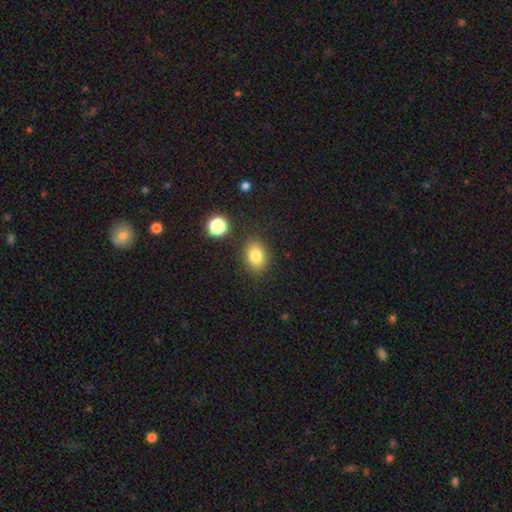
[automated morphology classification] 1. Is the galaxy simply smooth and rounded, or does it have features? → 81% smooth, 11% star or artifact, 7% featured or disk.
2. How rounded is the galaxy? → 60% in between, 39% round, 1% cigar-shaped.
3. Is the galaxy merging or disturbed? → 84% none, 10% minor disturbance, 3% major disturbance, 3% merger.